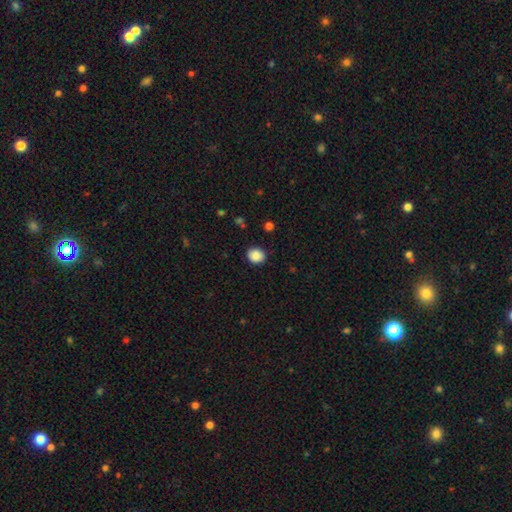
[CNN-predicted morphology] Smooth or featured: smooth — 88% (star or artifact — 9%)
How rounded: round — 75% (in between — 24%)
Merging: none — 87% (minor disturbance — 10%)